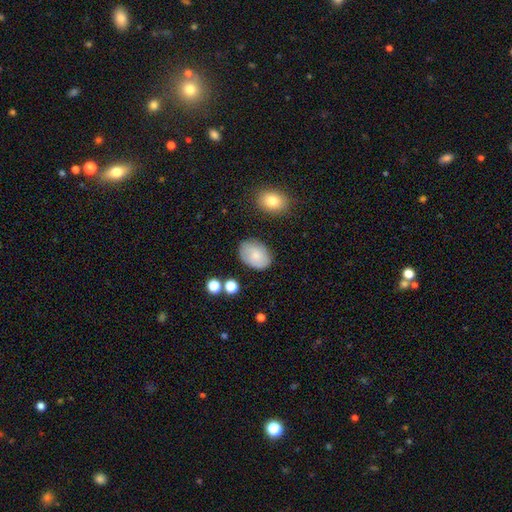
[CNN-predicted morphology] Q: Smooth or featured?
A: smooth (70%); runner-up: featured or disk (22%)
Q: How rounded?
A: in between (78%); runner-up: round (21%)
Q: Merging?
A: none (76%); runner-up: minor disturbance (17%)